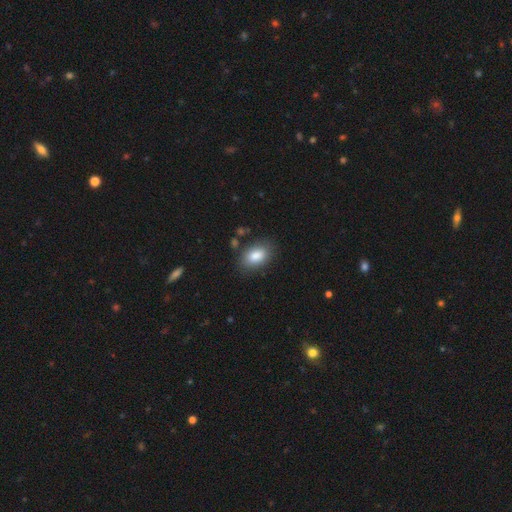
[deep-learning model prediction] This is clearly a smooth galaxy (85%). How rounded: clearly in between (90%). Merging: clearly none (81%).